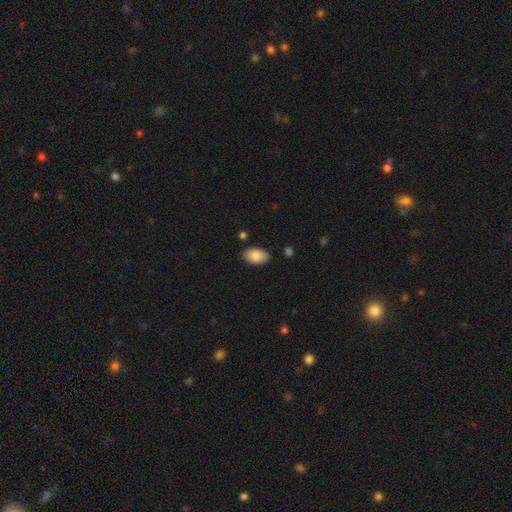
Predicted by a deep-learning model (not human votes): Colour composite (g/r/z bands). It shows a smooth galaxy with no disk features (86%) that is in between round and cigar-shaped (94%). Merging: none (85%).